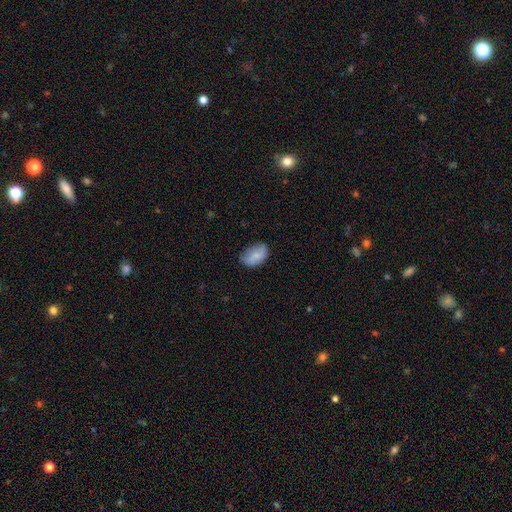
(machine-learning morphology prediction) The model was most divided on "merging": none: 62%, minor disturbance: 30%, major disturbance: 7%, merger: 2%. More confident: how rounded — in between (90%); smooth or featured — smooth (78%).